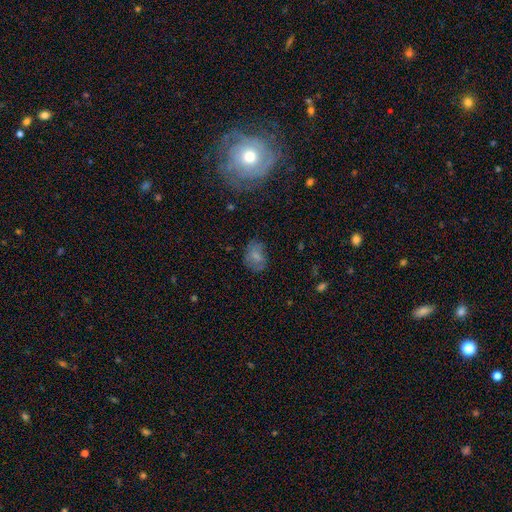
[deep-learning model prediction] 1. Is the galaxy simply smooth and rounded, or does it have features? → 71% smooth, 19% featured or disk, 11% star or artifact.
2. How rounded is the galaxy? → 73% in between, 26% round, 1% cigar-shaped.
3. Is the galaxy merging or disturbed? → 67% none, 23% minor disturbance, 8% major disturbance, 2% merger.